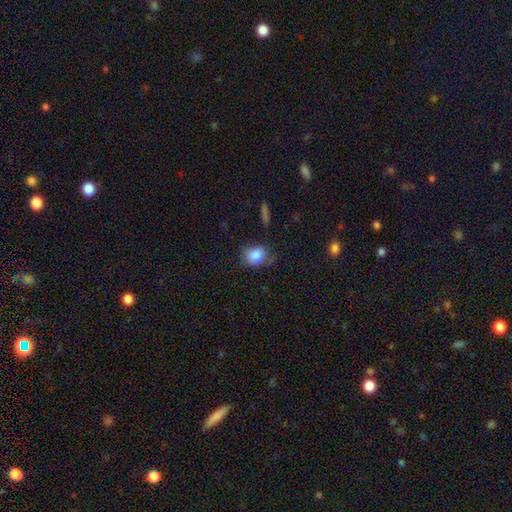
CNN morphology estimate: The model was most divided on "how rounded": round: 51%, in between: 47%, cigar-shaped: 1%. More confident: smooth or featured — smooth (82%); merging — none (65%).